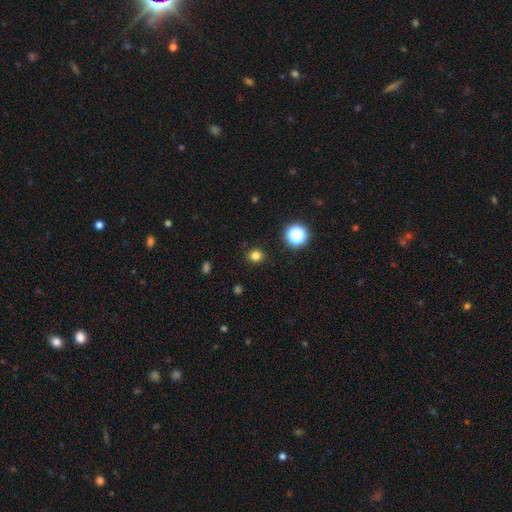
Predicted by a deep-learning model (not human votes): This appears to be a smooth galaxy with no disk features (80%) that is round (83%). Merging: none (90%).